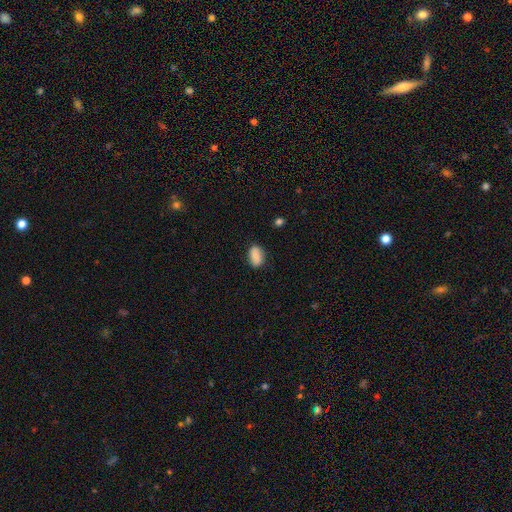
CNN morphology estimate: Smooth or featured? smooth (80%)
How rounded? in between (87%)
Merging? none (79%)